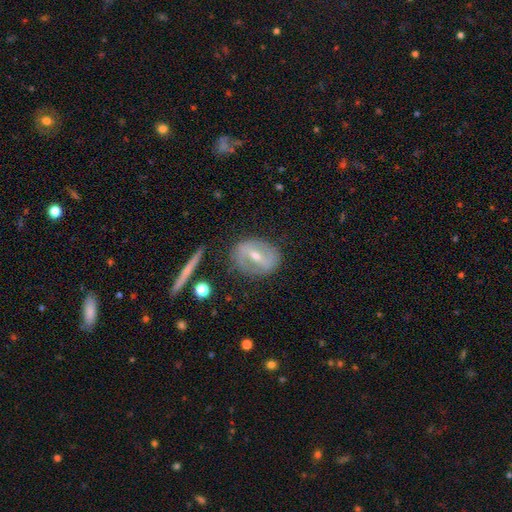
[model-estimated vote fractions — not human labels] A featured or disk galaxy (68%) with a strong bar (62%), no spiral arms (53%) and a moderate central bulge (50%). Merging: none (78%).